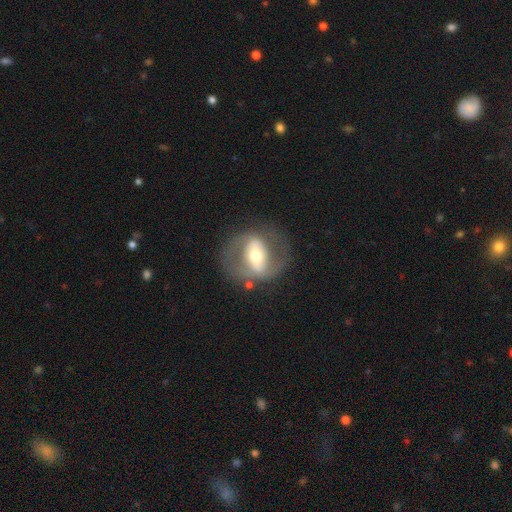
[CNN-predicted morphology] The model was most divided on "spiral arms": yes: 55%, no: 45%. More confident: edge-on disk — no (93%); smooth or featured — featured or disk (71%); bulge size — moderate (66%); merging — none (66%); bar — strong (52%).